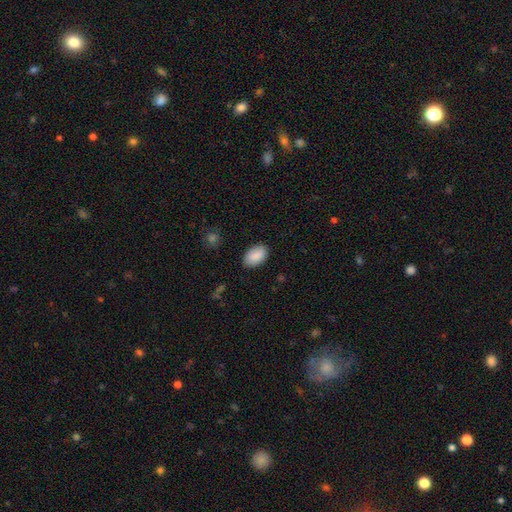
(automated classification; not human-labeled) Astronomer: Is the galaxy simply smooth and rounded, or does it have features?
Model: smooth — 90%.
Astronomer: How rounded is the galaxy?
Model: in between — 92%.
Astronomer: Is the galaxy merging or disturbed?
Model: none — 86%.